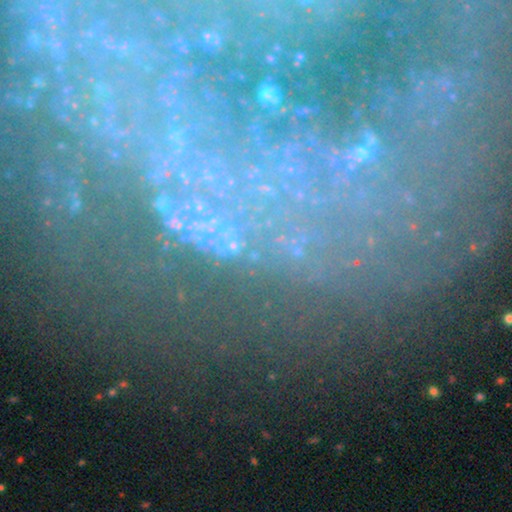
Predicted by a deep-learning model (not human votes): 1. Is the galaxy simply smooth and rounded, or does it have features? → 48% star or artifact, 31% featured or disk, 21% smooth.